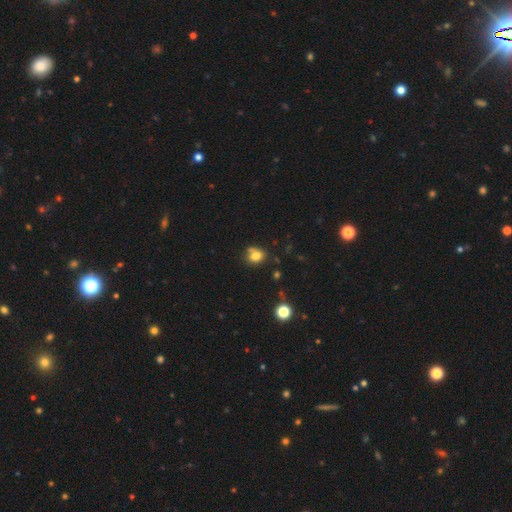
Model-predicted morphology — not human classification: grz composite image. It shows a smooth galaxy with no disk features (77%) that is round (52%). Merging: none (55%).